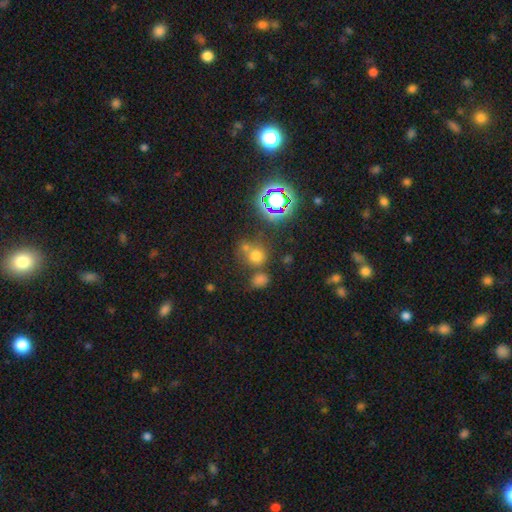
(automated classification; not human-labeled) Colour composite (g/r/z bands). It shows a star or artifact, not a galaxy (52%).